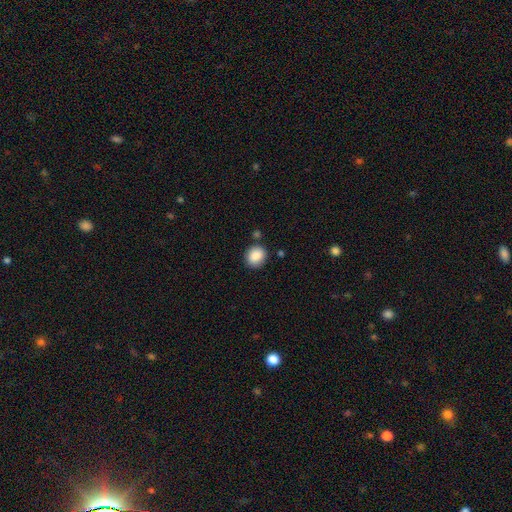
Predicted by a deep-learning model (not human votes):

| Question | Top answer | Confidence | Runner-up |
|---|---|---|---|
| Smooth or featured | smooth | 88% | star or artifact (8%) |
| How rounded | round | 70% | in between (29%) |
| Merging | none | 80% | minor disturbance (11%) |